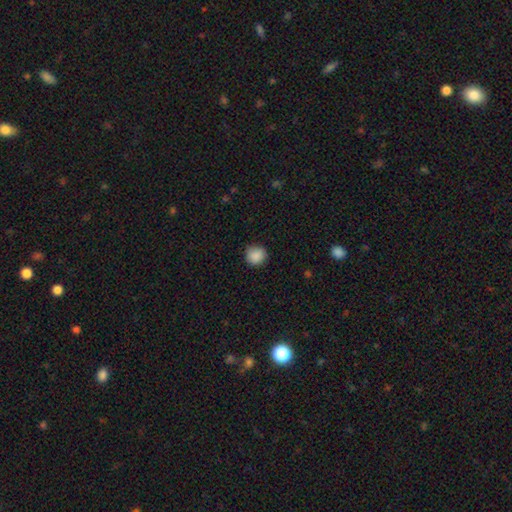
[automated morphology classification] smooth_or_featured: smooth (p=0.89) [alt: star or artifact p=0.09]
how_rounded: round (p=0.89) [alt: in between p=0.10]
merging: none (p=0.86) [alt: minor disturbance p=0.11]